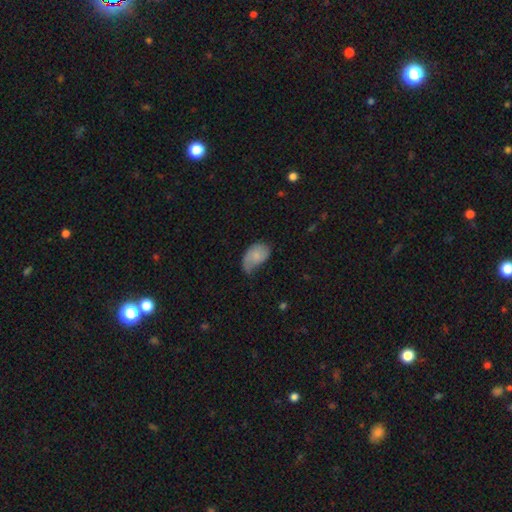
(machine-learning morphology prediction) The model was most divided on "merging": minor disturbance: 46%, none: 28%, major disturbance: 24%, merger: 3%. More confident: how rounded — in between (90%); smooth or featured — smooth (72%).